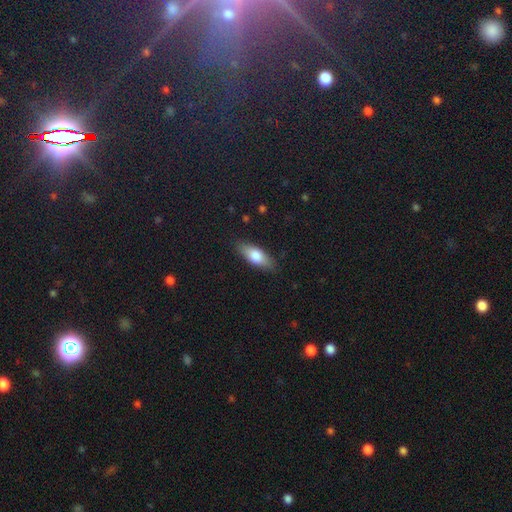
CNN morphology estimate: A smooth galaxy with no disk features (73%) that is in between round and cigar-shaped (69%).

Vote fractions:
- Smooth or featured? smooth: 73% / featured or disk: 21% / star or artifact: 6%
- How rounded? in between: 69% / cigar-shaped: 28% / round: 3%
- Merging? none: 86% / minor disturbance: 11% / major disturbance: 2% / merger: 1%